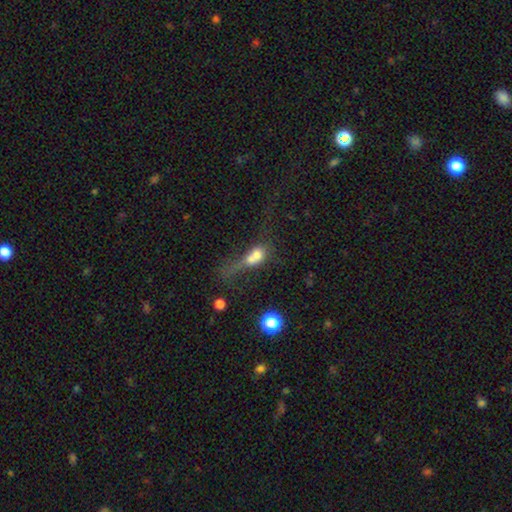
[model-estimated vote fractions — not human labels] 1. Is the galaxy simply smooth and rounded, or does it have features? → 61% smooth, 25% featured or disk, 14% star or artifact.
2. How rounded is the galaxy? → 47% in between, 42% round, 11% cigar-shaped.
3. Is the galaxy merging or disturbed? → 62% merger, 18% major disturbance, 13% none, 7% minor disturbance.